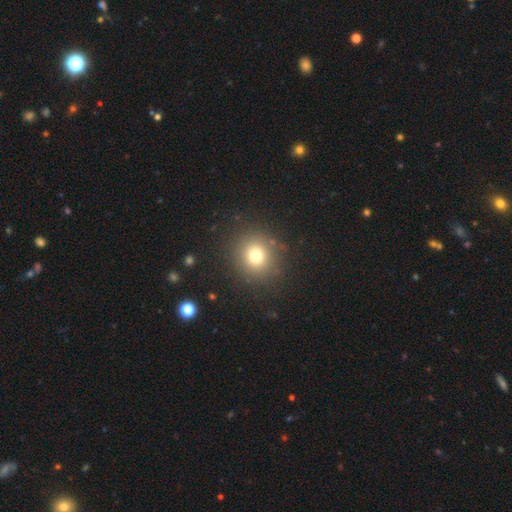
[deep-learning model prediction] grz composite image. It shows a smooth galaxy with no disk features (74%) that is round (88%). Merging: none (87%).